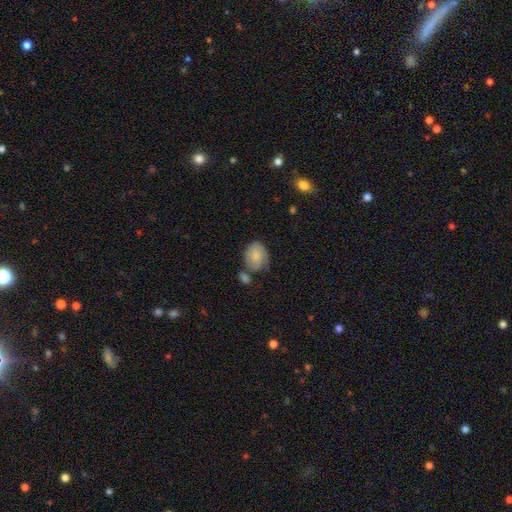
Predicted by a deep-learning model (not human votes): A smooth galaxy with no disk features (80%) that is in between round and cigar-shaped (57%).

Vote fractions:
- Smooth or featured? smooth: 80% / featured or disk: 13% / star or artifact: 7%
- How rounded? in between: 57% / round: 42% / cigar-shaped: 1%
- Merging? none: 52% / minor disturbance: 23% / merger: 17% / major disturbance: 8%